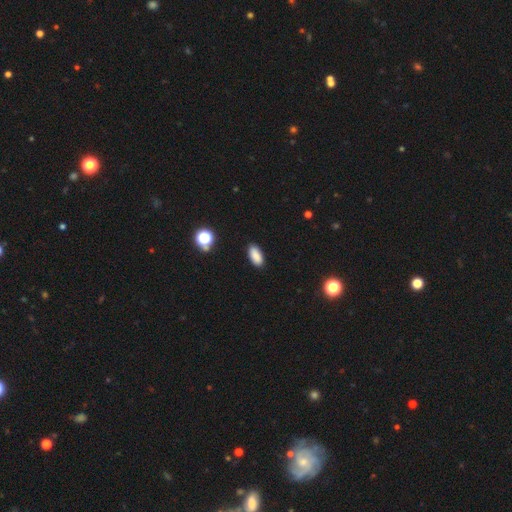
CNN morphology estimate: Smooth or featured? smooth (87%)
How rounded? in between (89%)
Merging? none (89%)